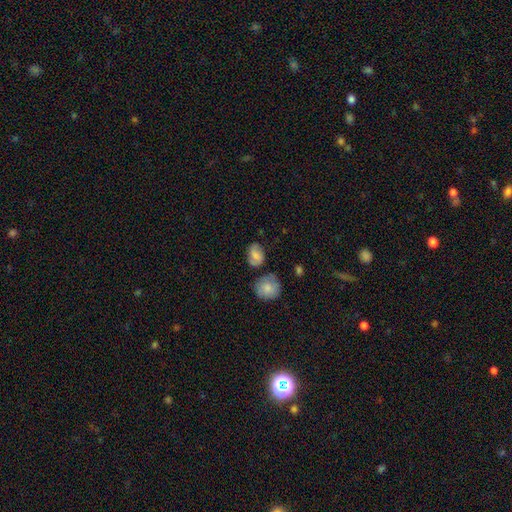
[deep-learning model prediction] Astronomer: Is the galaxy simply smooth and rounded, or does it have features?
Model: smooth — 63%.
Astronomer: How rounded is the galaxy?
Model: in between — 64%.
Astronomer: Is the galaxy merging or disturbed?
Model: none — 60%.